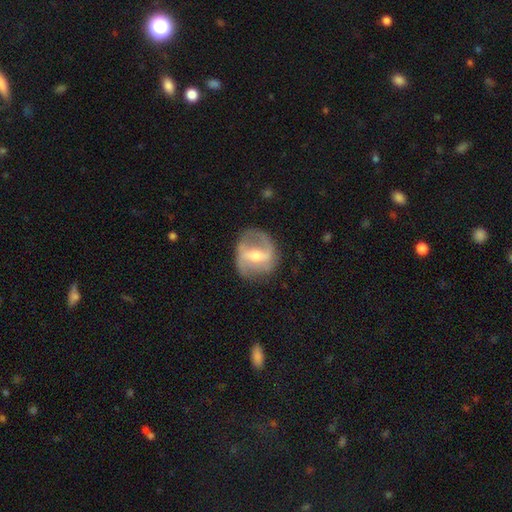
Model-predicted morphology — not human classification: smooth_or_featured: featured or disk (p=0.77) [alt: smooth p=0.16]
disk_edge_on: no (p=0.95) [alt: yes p=0.05]
bar: strong (p=0.47) [alt: weak p=0.38]
has_spiral_arms: yes (p=0.81) [alt: no p=0.19]
spiral_winding: loose (p=0.42) [alt: medium p=0.41]
spiral_arm_count: 2 (p=0.78) [alt: can't tell p=0.10]
bulge_size: moderate (p=0.61) [alt: small p=0.31]
merging: none (p=0.72) [alt: minor disturbance p=0.17]